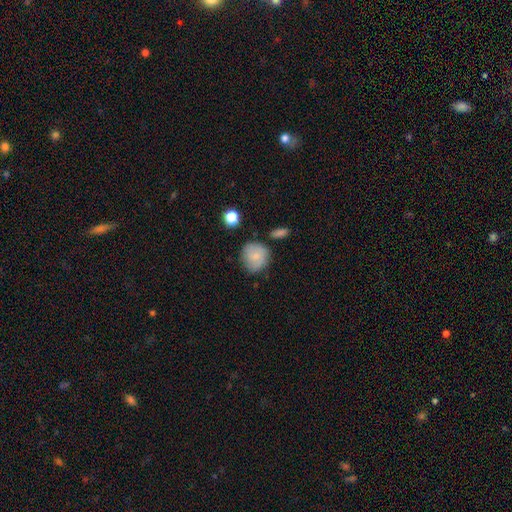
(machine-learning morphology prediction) Q: Smooth or featured?
A: smooth (74%); runner-up: featured or disk (18%)
Q: How rounded?
A: round (87%); runner-up: in between (12%)
Q: Merging?
A: none (72%); runner-up: minor disturbance (19%)